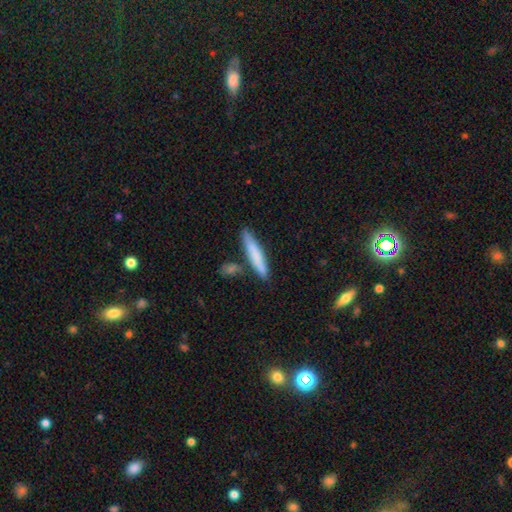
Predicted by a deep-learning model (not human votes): Smooth or featured? Predicted: smooth (p=0.72). How rounded? Predicted: cigar-shaped (p=0.90). Merging? Predicted: none (p=0.77).